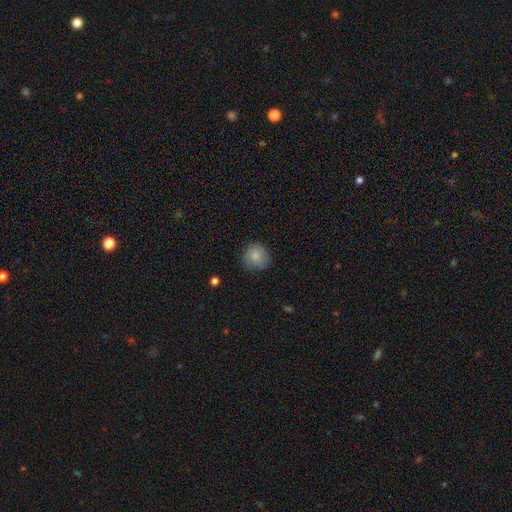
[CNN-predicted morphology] smooth 85%, star or artifact 8%, featured or disk 7%. Down the decision tree: how rounded — round (89%); merging — none (78%).